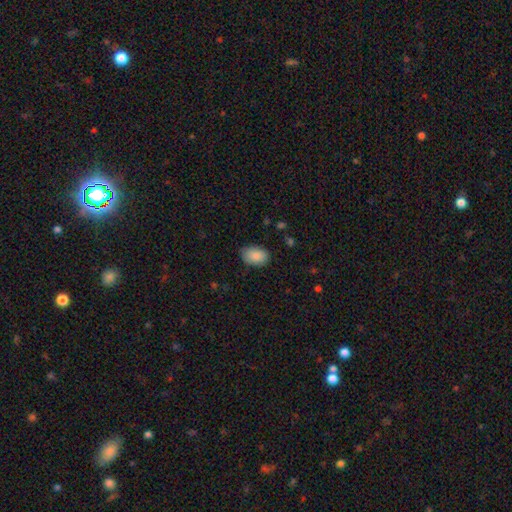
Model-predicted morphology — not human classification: smooth-or-featured: smooth: 88% | star or artifact: 7% | featured or disk: 5%
  how-rounded: in between: 86% | round: 12% | cigar-shaped: 1%
  merging: none: 80% | minor disturbance: 16% | major disturbance: 3% | merger: 1%